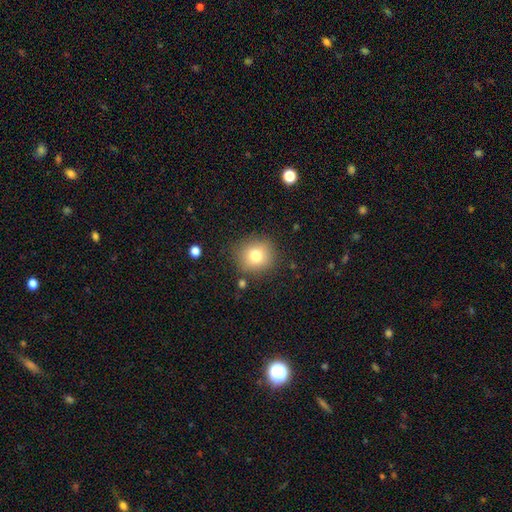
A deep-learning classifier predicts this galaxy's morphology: Q: Smooth or featured?
A: smooth (76%); runner-up: star or artifact (12%)
Q: How rounded?
A: round (89%); runner-up: in between (10%)
Q: Merging?
A: none (85%); runner-up: minor disturbance (9%)